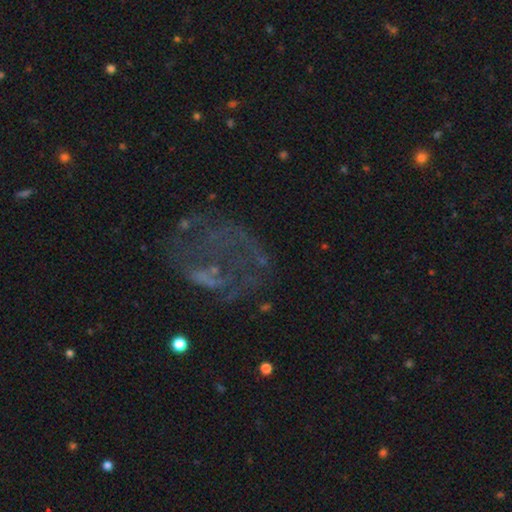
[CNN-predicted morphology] smooth-or-featured: featured or disk: 51% | star or artifact: 28% | smooth: 21%
  disk-edge-on: no: 97% | yes: 3%
  merging: major disturbance: 41% | none: 39% | minor disturbance: 15% | merger: 5%